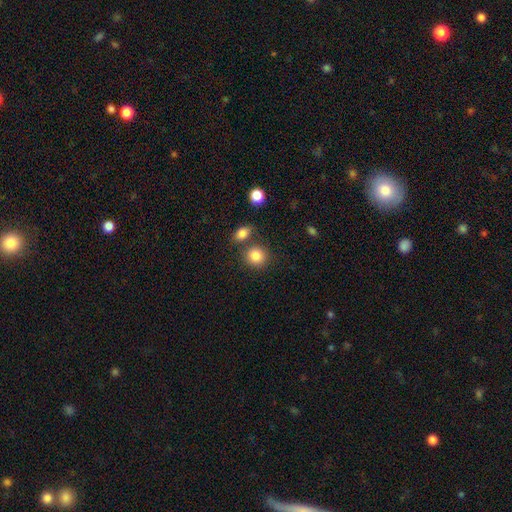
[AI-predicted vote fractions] Morphology: type=smooth (85%); roundness=round (84%); merging=none (72%).